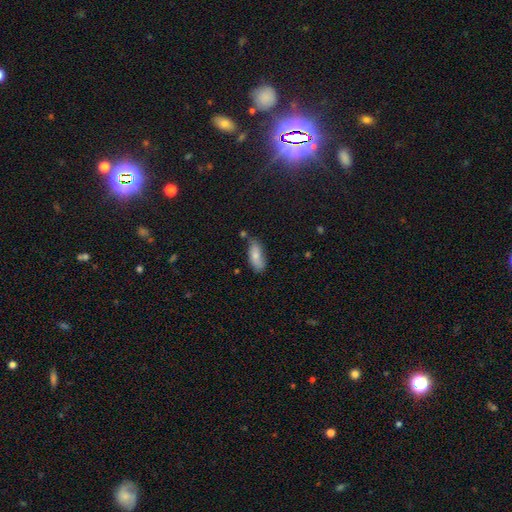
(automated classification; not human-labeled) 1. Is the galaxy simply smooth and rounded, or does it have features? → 75% smooth, 17% featured or disk, 7% star or artifact.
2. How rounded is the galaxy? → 80% in between, 17% cigar-shaped, 3% round.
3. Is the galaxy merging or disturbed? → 60% none, 27% minor disturbance, 7% merger, 6% major disturbance.